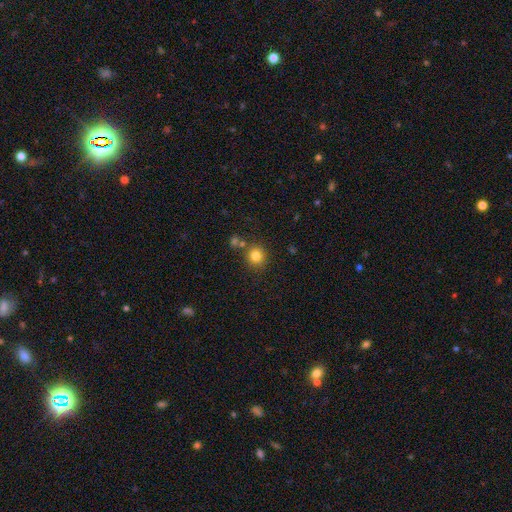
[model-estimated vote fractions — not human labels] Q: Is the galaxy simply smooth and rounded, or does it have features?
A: smooth — 81%.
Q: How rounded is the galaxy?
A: round — 90%.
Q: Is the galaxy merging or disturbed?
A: none — 78%.